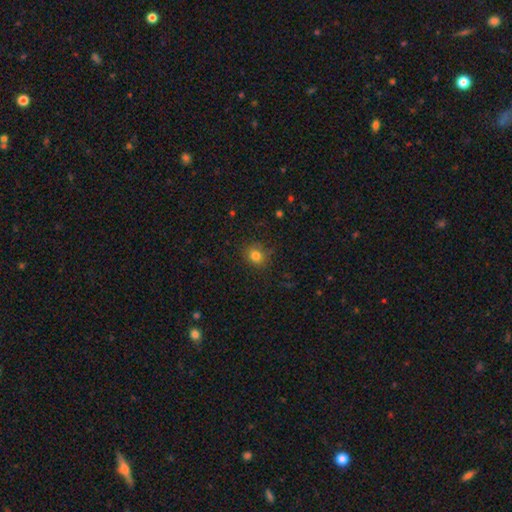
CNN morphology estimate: Smooth or featured?
  - smooth: 81% *
  - star or artifact: 13%
  - featured or disk: 6%
How rounded?
  - round: 75% *
  - in between: 24%
  - cigar-shaped: 1%
Merging?
  - none: 83% *
  - minor disturbance: 13%
  - major disturbance: 4%
  - merger: 1%